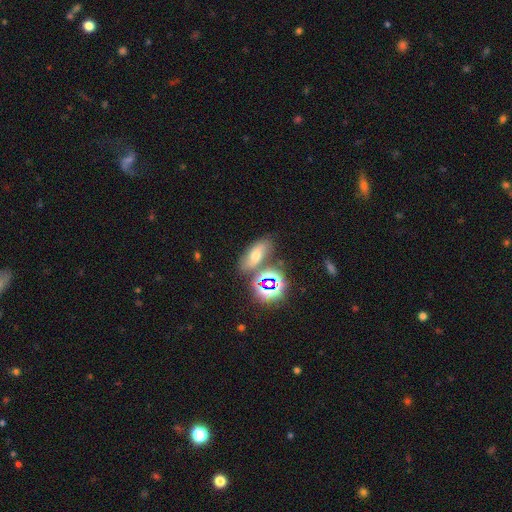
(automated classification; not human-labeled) Smooth or featured? Predicted: smooth (p=0.48). Merging? Predicted: none (p=0.68).